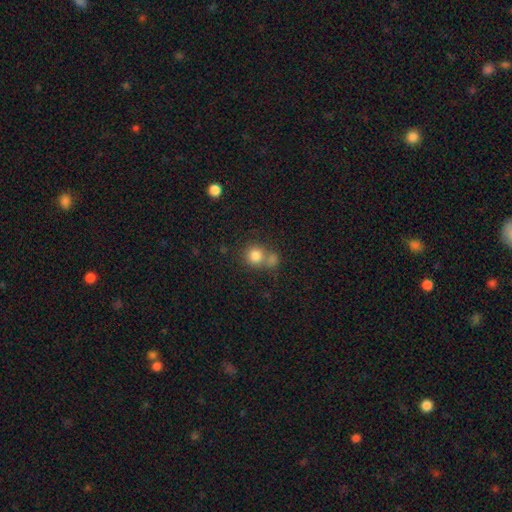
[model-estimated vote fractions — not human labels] A smooth galaxy with no disk features (82%) that is round (88%).

Vote fractions:
- Smooth or featured? smooth: 82% / star or artifact: 11% / featured or disk: 8%
- How rounded? round: 88% / in between: 11% / cigar-shaped: 1%
- Merging? none: 49% / merger: 38% / minor disturbance: 9% / major disturbance: 4%